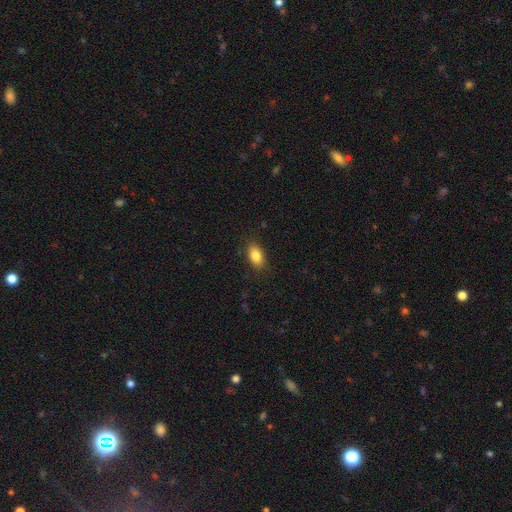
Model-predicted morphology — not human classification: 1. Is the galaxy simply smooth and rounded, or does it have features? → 85% smooth, 8% star or artifact, 7% featured or disk.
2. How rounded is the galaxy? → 89% in between, 8% round, 3% cigar-shaped.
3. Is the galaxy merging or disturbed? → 86% none, 10% minor disturbance, 3% major disturbance, 1% merger.